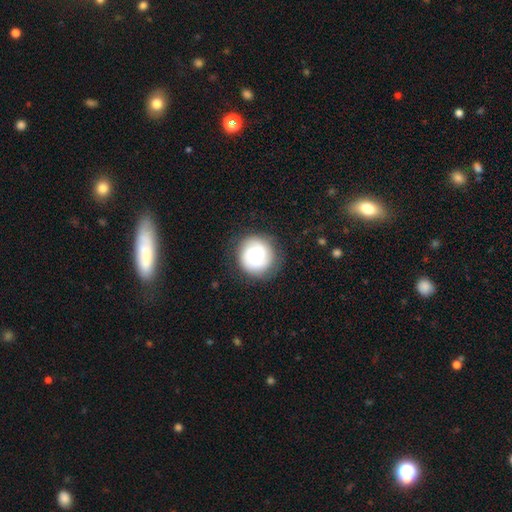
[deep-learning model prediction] This is possibly a smooth galaxy (51%). How rounded: clearly round (91%). Merging: clearly none (82%).